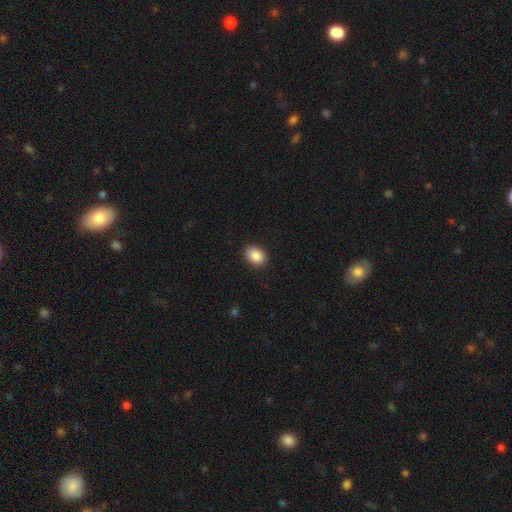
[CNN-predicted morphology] type=smooth (89%); roundness=in between (76%); merging=none (90%).